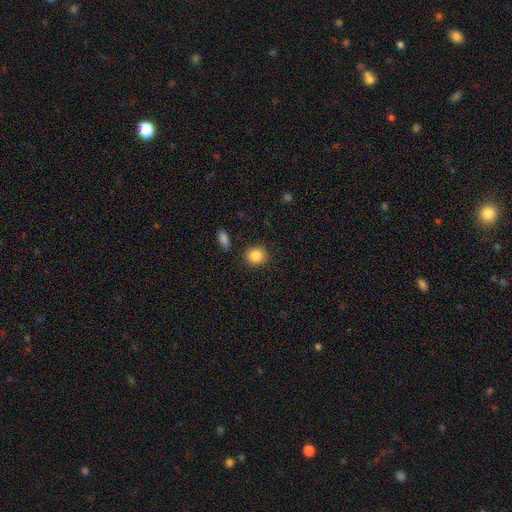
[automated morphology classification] Smooth or featured? Predicted: smooth (p=0.87). How rounded? Predicted: round (p=0.77). Merging? Predicted: none (p=0.87).